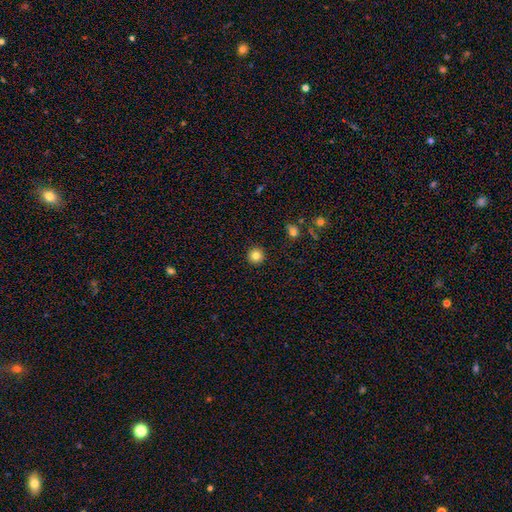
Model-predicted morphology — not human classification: A smooth galaxy with no disk features (82%) that is round (95%). Merging: none (93%).